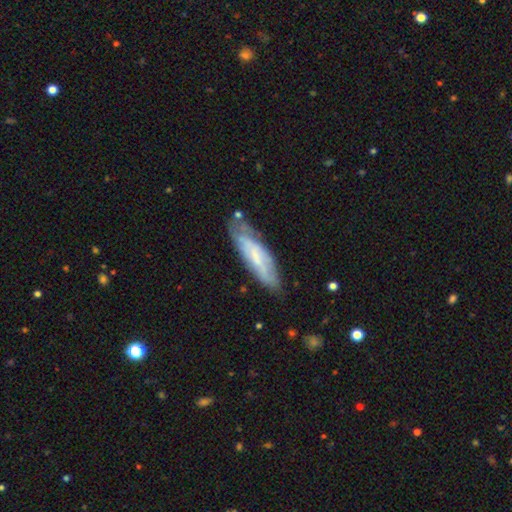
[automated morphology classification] Smooth or featured? Predicted: featured or disk (p=0.50). Edge-on disk? Predicted: no (p=0.67). Merging? Predicted: none (p=0.62).